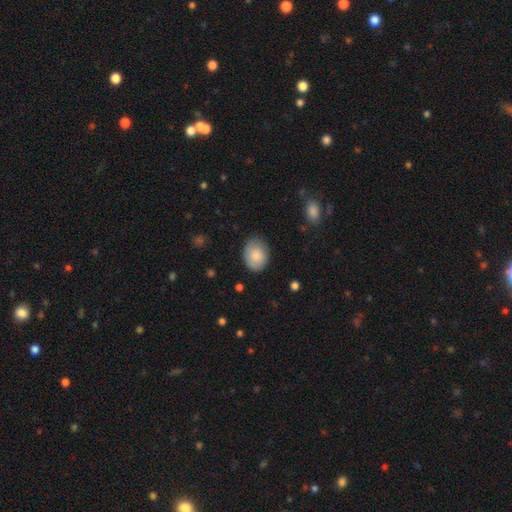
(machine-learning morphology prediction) type=smooth (83%); roundness=in between (63%); merging=none (79%).